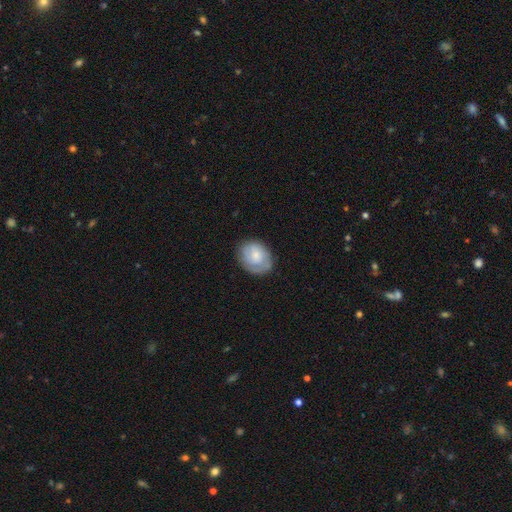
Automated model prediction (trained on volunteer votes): Smooth or featured? smooth (62%)
How rounded? round (51%)
Merging? none (70%)